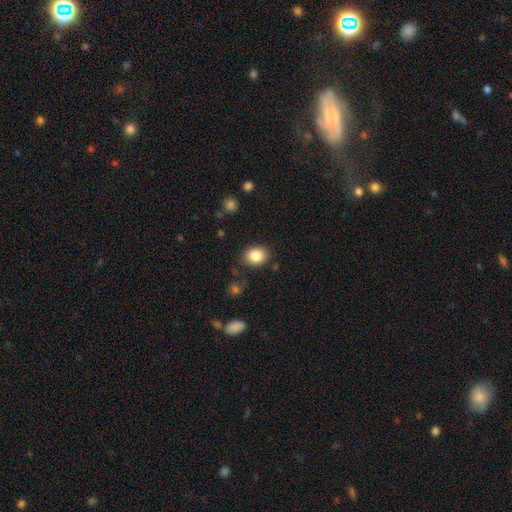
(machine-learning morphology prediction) Overall: smooth (85%). How rounded: in between (60%; round 39%). Merging: none (81%).